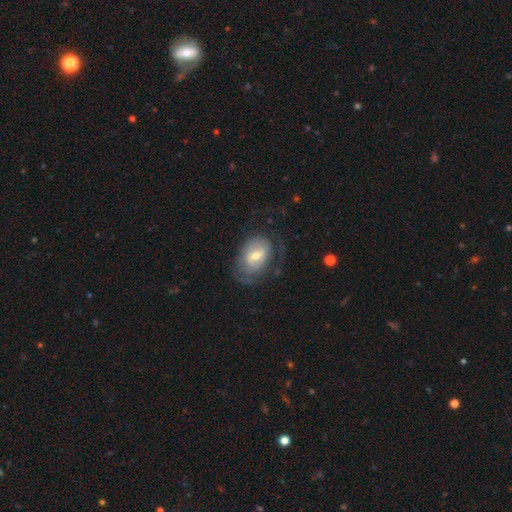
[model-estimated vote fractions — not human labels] A featured or disk galaxy (57%) with a weak bar (47%), spiral arms (57%) and a moderate central bulge (65%).

Vote fractions:
- Smooth or featured? featured or disk: 57% / smooth: 37% / star or artifact: 7%
- Edge-on disk? no: 94% / yes: 6%
- Bar? weak: 47% / no: 33% / strong: 19%
- Spiral arms? yes: 57% / no: 43%
- Bulge size? moderate: 65% / small: 26% / large: 6% / none: 1% / dominant: 1%
- Merging? none: 54% / minor disturbance: 23% / major disturbance: 21% / merger: 2%